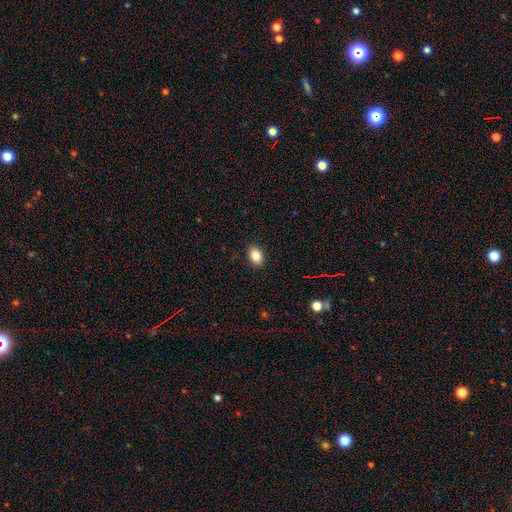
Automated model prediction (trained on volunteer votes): Smooth or featured? smooth (84%)
How rounded? in between (82%)
Merging? none (89%)